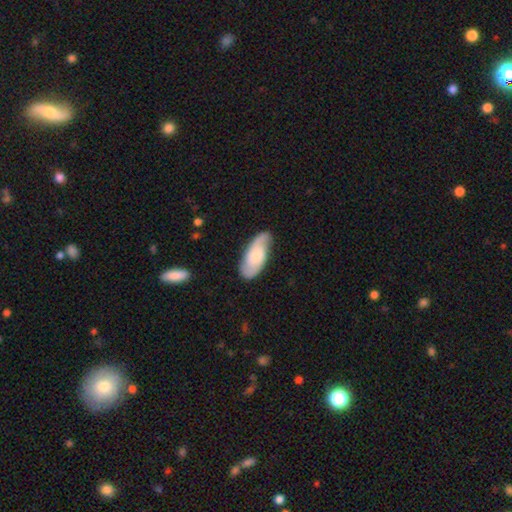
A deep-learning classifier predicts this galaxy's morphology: This appears to be a featured or disk galaxy (54%). Merging: none (74%).